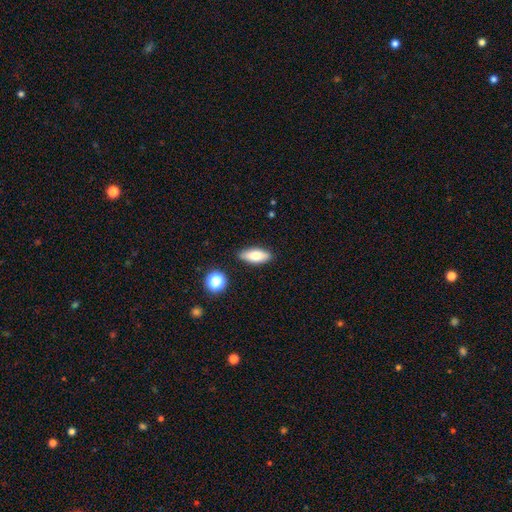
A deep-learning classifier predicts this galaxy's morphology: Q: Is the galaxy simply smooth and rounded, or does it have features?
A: smooth — 74%.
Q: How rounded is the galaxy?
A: in between — 77%.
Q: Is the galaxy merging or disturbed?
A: none — 86%.